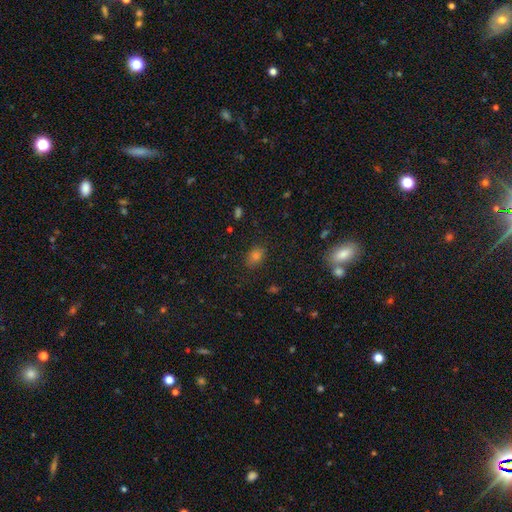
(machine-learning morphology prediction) A smooth galaxy with no disk features (76%) that is in between round and cigar-shaped (76%). Merging: none (83%).